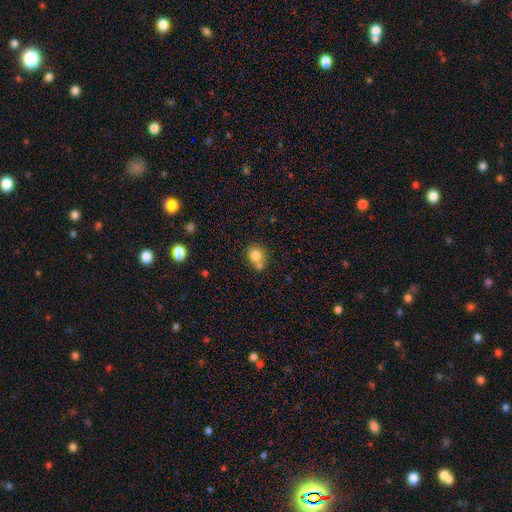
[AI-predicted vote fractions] Q: Smooth or featured?
A: smooth (79%); runner-up: star or artifact (11%)
Q: How rounded?
A: round (77%); runner-up: in between (22%)
Q: Merging?
A: none (51%); runner-up: merger (32%)